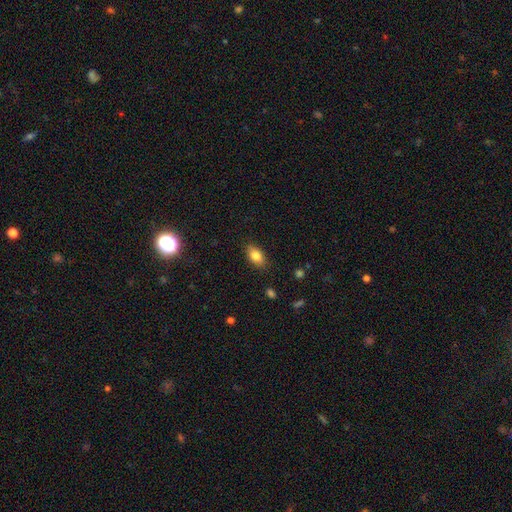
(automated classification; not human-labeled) Morphology: type=smooth (83%); roundness=in between (89%); merging=none (85%).